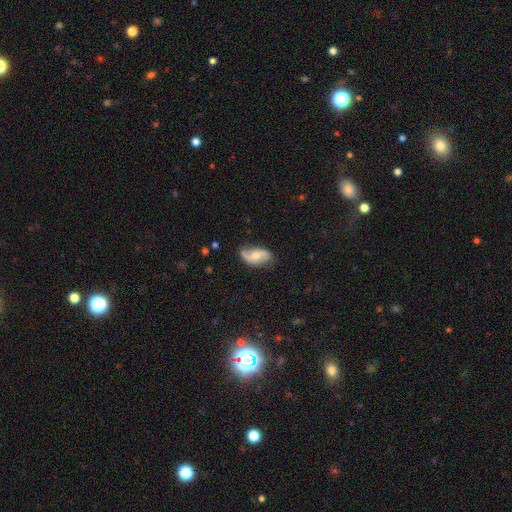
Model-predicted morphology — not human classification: Smooth or featured: featured or disk — 54% (smooth — 39%)
Edge-on disk: no — 94% (yes — 6%)
Bar: no — 65% (weak — 28%)
Spiral arms: yes — 83% (no — 17%)
Bulge size: moderate — 61% (small — 31%)
Merging: none — 62% (minor disturbance — 28%)